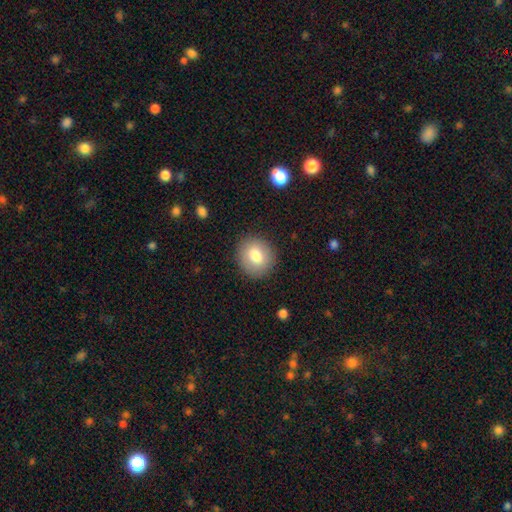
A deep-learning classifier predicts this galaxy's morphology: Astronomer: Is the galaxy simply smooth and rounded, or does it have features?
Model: smooth — 79%.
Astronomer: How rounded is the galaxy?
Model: round — 80%.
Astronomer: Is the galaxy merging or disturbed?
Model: none — 88%.